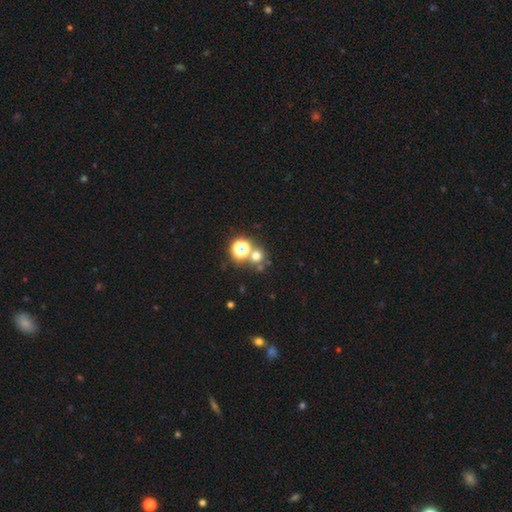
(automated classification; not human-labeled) smooth 62%, star or artifact 30%, featured or disk 9%. Down the decision tree: how rounded — round (90%); merging — none (66%).